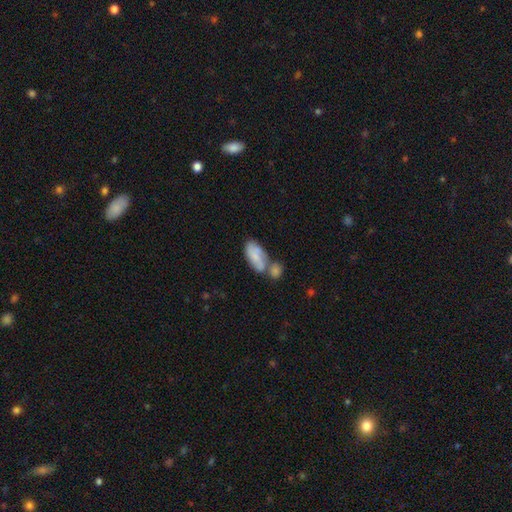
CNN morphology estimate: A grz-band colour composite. It shows a smooth galaxy with no disk features (69%) that is in between round and cigar-shaped (87%). Merging: merger (50%).